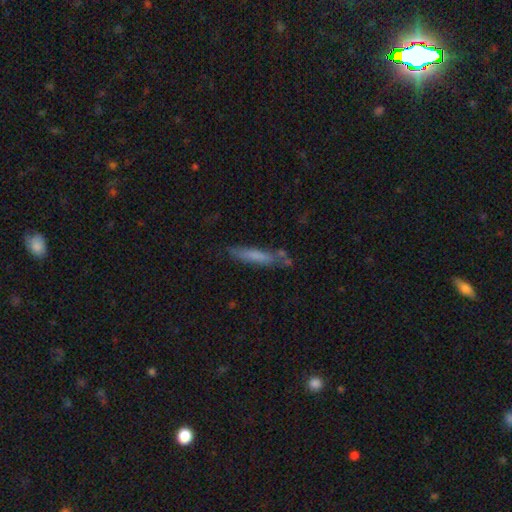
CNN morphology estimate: smooth-or-featured: smooth: 67% | featured or disk: 25% | star or artifact: 7%
  how-rounded: cigar-shaped: 90% | in between: 9% | round: 1%
  merging: none: 67% | minor disturbance: 19% | merger: 8% | major disturbance: 6%